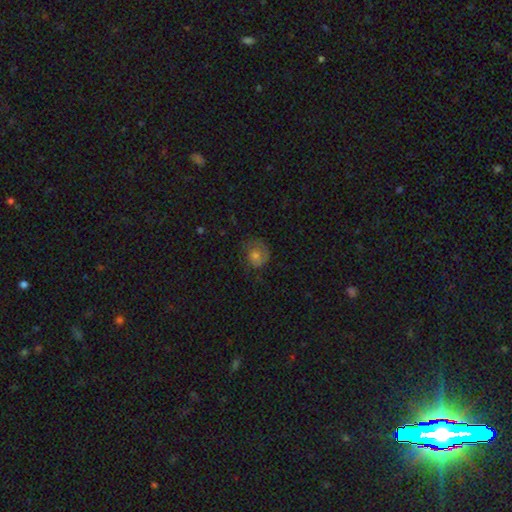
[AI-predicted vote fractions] This appears to be a smooth galaxy with no disk features (55%) that is round (68%). Merging: none (55%).